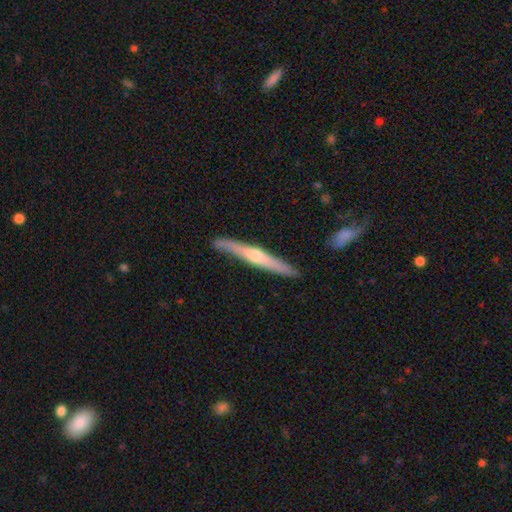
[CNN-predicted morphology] The model was most divided on "smooth or featured": featured or disk: 64%, smooth: 30%, star or artifact: 5%. More confident: edge-on disk — yes (96%); merging — none (88%); edge-on bulge — rounded (82%).